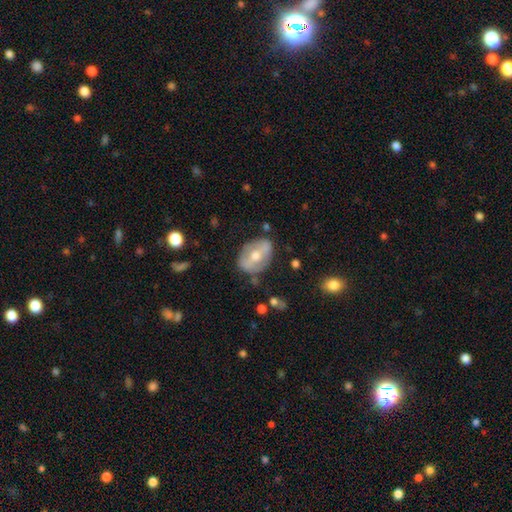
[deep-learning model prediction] Smooth or featured?
  - featured or disk: 53% *
  - smooth: 41%
  - star or artifact: 7%
Edge-on disk?
  - no: 90% *
  - yes: 10%
Merging?
  - none: 74% *
  - minor disturbance: 18%
  - major disturbance: 5%
  - merger: 2%